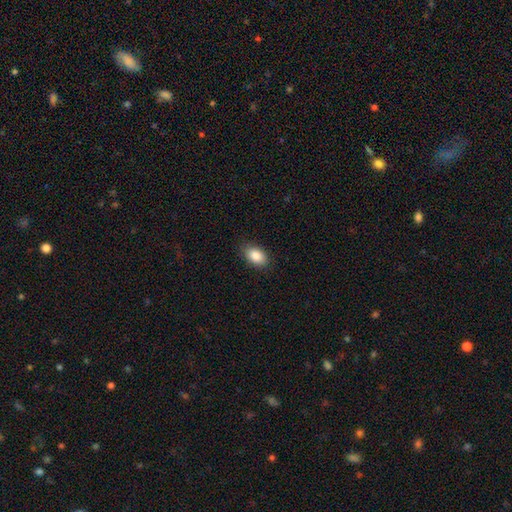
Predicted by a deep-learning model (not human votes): Smooth or featured?
  - smooth: 87% *
  - star or artifact: 7%
  - featured or disk: 6%
How rounded?
  - in between: 89% *
  - round: 10%
  - cigar-shaped: 1%
Merging?
  - none: 86% *
  - minor disturbance: 11%
  - major disturbance: 2%
  - merger: 1%